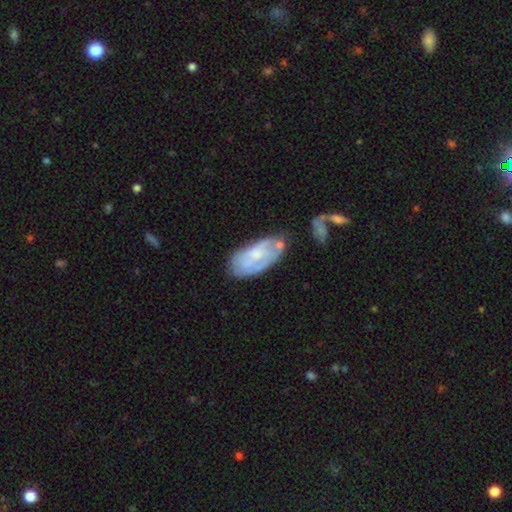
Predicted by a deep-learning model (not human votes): featured or disk 51%, smooth 43%, star or artifact 7%. Down the decision tree: edge-on disk — no (93%); merging — none (46%).